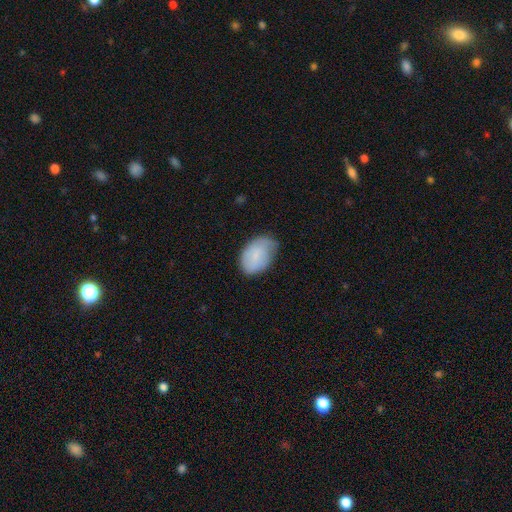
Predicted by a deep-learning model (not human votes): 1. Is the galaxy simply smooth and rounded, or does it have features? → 79% smooth, 15% featured or disk, 6% star or artifact.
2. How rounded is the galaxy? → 88% in between, 11% round, 1% cigar-shaped.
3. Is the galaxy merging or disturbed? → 53% none, 38% minor disturbance, 8% major disturbance, 1% merger.